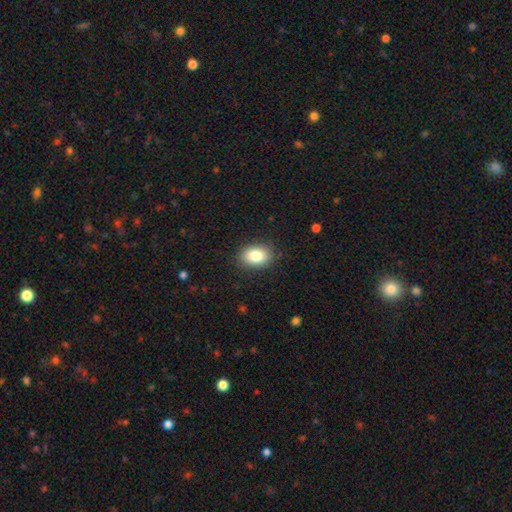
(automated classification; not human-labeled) A smooth galaxy with no disk features (84%) that is in between round and cigar-shaped (77%). Merging: none (87%).